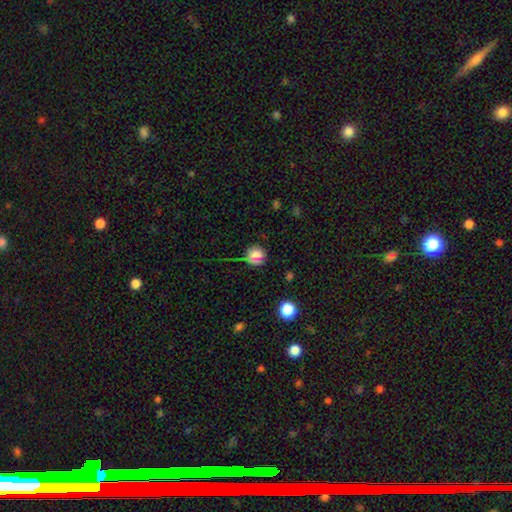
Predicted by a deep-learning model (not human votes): smooth-or-featured: smooth: 77% | star or artifact: 12% | featured or disk: 11%
  how-rounded: round: 88% | in between: 11% | cigar-shaped: 1%
  merging: none: 70% | minor disturbance: 21% | major disturbance: 6% | merger: 3%